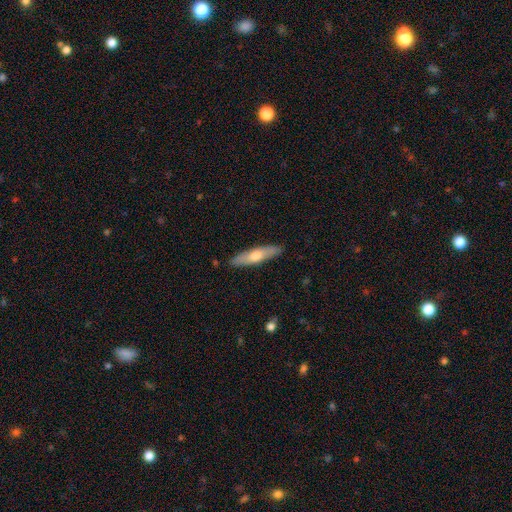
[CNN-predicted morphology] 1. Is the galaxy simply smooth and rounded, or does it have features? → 55% smooth, 40% featured or disk, 5% star or artifact.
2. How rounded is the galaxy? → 79% cigar-shaped, 19% in between, 2% round.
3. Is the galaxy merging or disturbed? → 89% none, 8% minor disturbance, 2% major disturbance, 1% merger.